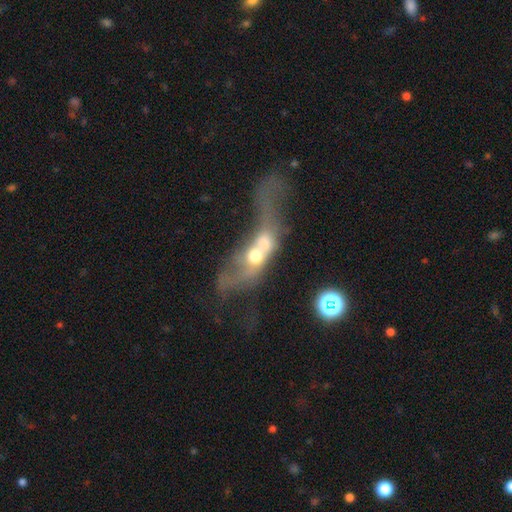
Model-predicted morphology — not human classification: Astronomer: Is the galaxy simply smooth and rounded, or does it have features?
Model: featured or disk — 47% (runner-up: smooth, 42%).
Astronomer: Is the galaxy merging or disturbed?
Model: merger — 74%.